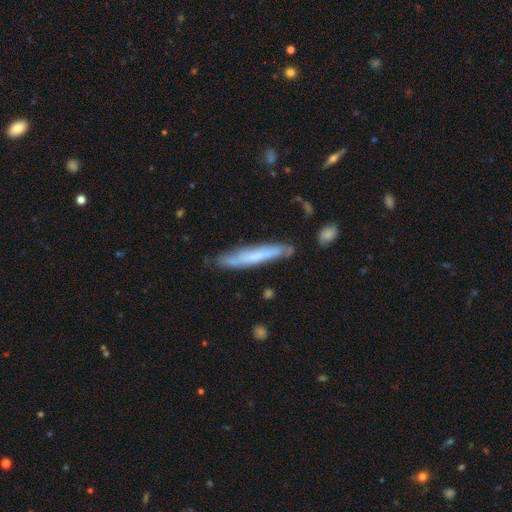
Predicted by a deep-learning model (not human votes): A smooth galaxy with no disk features (50%).

Vote fractions:
- Smooth or featured? smooth: 50% / featured or disk: 44% / star or artifact: 6%
- Merging? none: 75% / minor disturbance: 19% / major disturbance: 3% / merger: 3%